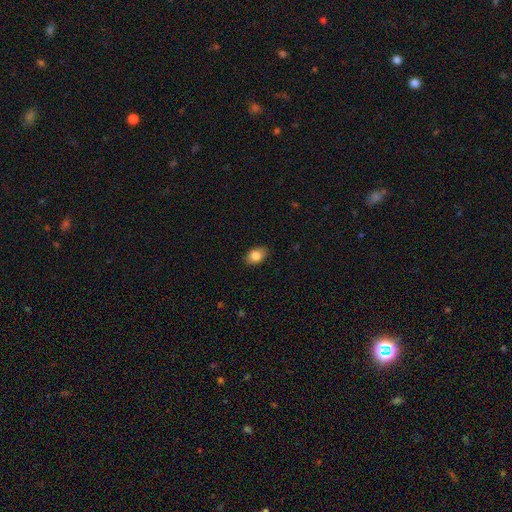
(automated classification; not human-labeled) Overall: smooth (84%). How rounded: in between (78%). Merging: none (85%).